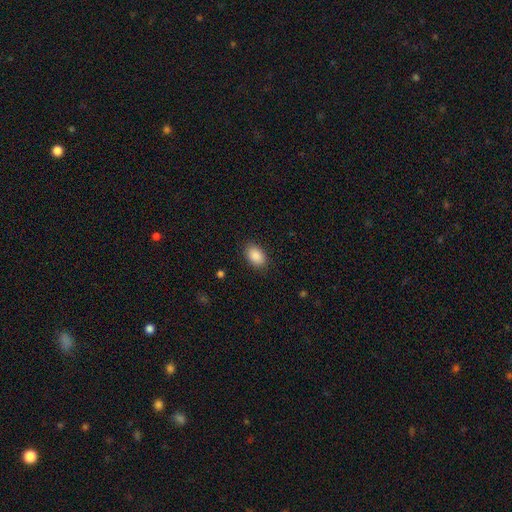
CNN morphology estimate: Overall: smooth (89%). How rounded: in between (88%). Merging: none (87%).